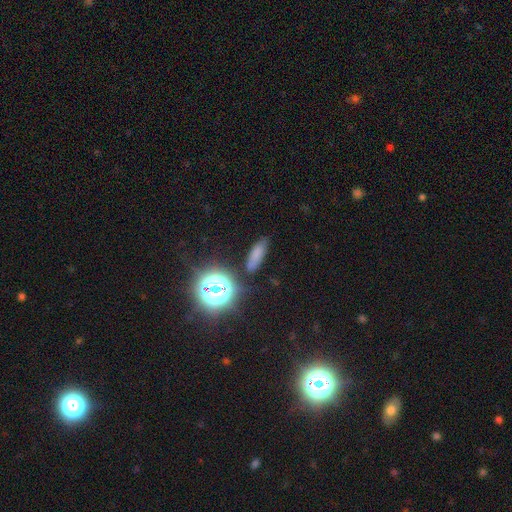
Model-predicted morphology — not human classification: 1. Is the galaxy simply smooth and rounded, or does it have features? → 67% smooth, 22% star or artifact, 11% featured or disk.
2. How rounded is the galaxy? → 49% in between, 40% cigar-shaped, 11% round.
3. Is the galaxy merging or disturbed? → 75% none, 15% minor disturbance, 5% merger, 5% major disturbance.